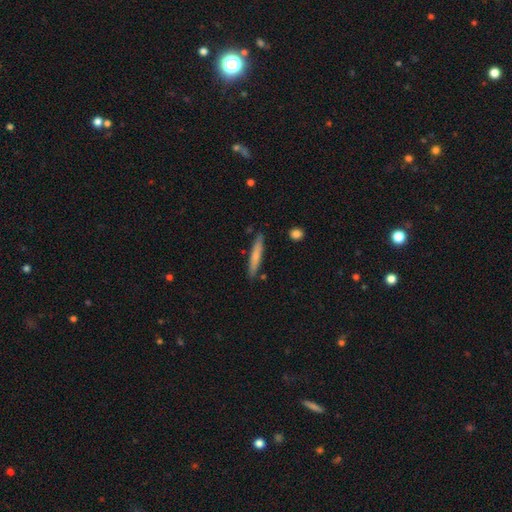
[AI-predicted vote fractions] Q: Smooth or featured?
A: smooth (70%); runner-up: featured or disk (25%)
Q: How rounded?
A: cigar-shaped (93%); runner-up: in between (5%)
Q: Merging?
A: none (86%); runner-up: minor disturbance (10%)